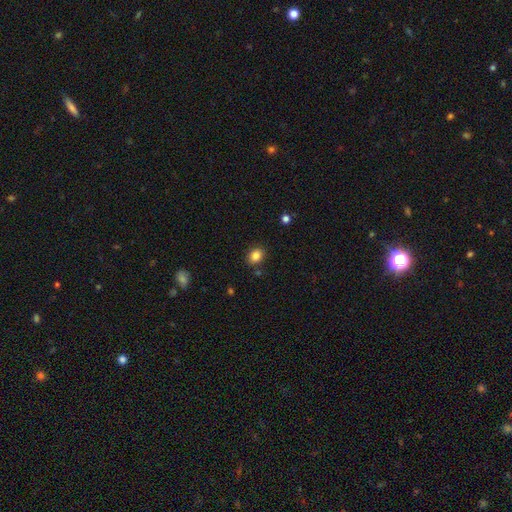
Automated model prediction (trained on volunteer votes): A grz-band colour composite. It shows a smooth galaxy with no disk features (85%) that is in between round and cigar-shaped (54%). Merging: none (86%).